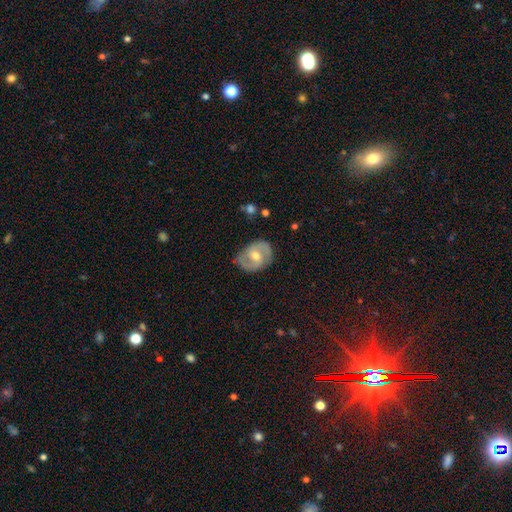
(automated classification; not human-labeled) featured or disk 75%, smooth 19%, star or artifact 6%. Down the decision tree: edge-on disk — no (97%); bar — weak (47%); spiral arms — yes (88%); spiral arm count — 2 (86%); spiral winding — medium (49%); bulge size — moderate (67%); merging — none (76%).